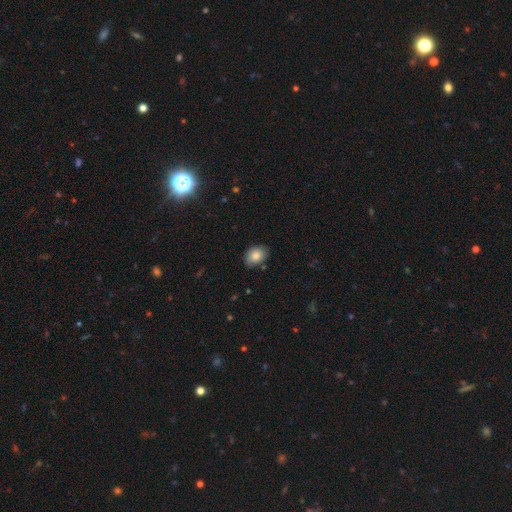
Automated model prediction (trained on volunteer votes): smooth 84%, featured or disk 9%, star or artifact 8%. Down the decision tree: how rounded — in between (72%); merging — none (77%).